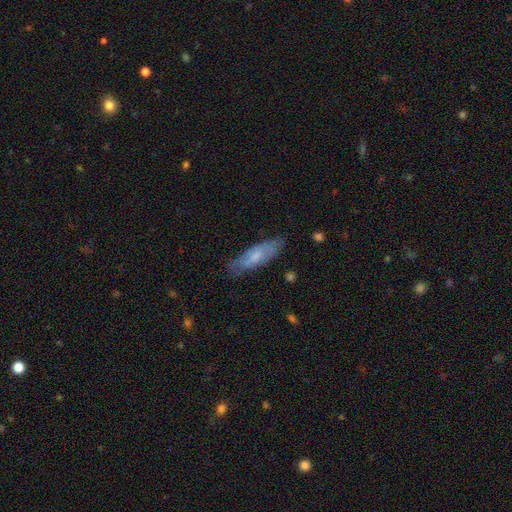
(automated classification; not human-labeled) Overall: smooth (58%; featured or disk 36%). How rounded: cigar-shaped (50%; in between 49%). Merging: none (75%).